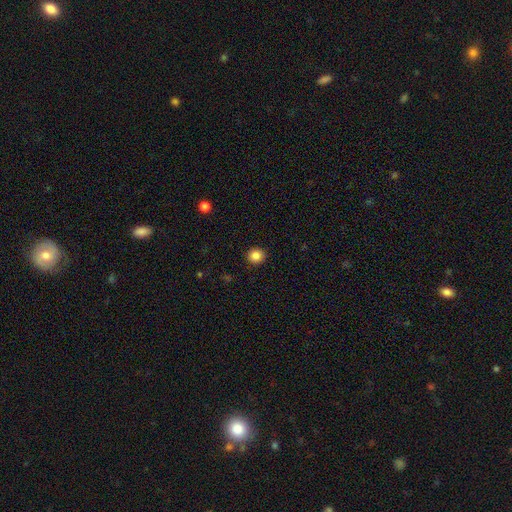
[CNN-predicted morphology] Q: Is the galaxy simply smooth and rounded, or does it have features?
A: smooth — 86%.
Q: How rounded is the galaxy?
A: round — 90%.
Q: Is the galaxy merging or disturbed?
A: none — 92%.